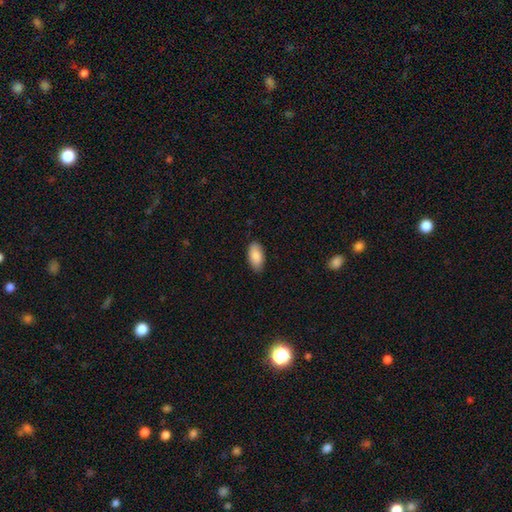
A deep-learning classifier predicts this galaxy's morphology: This appears to be a smooth galaxy with no disk features (88%) that is in between round and cigar-shaped (94%). Merging: none (85%).